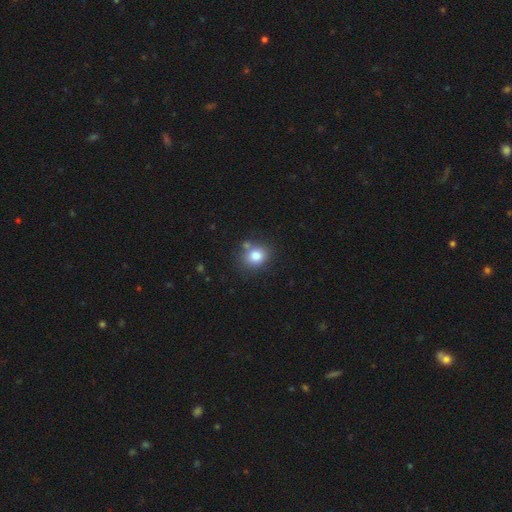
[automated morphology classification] smooth-or-featured: smooth: 82% | star or artifact: 10% | featured or disk: 8%
  how-rounded: round: 62% | in between: 37% | cigar-shaped: 1%
  merging: none: 70% | minor disturbance: 14% | merger: 12% | major disturbance: 4%